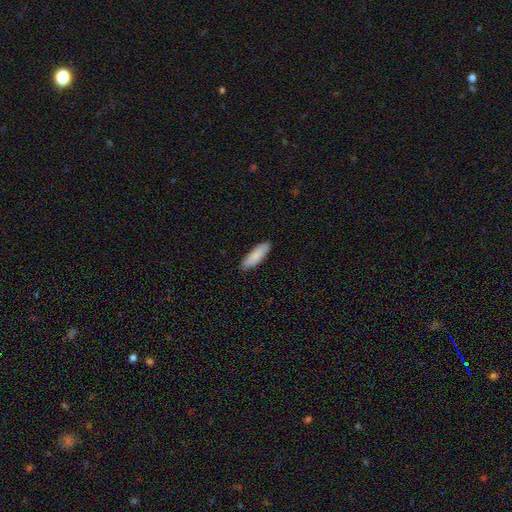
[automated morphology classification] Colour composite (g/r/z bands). It shows a smooth galaxy with no disk features (87%) that is cigar-shaped (51%). Merging: none (89%).